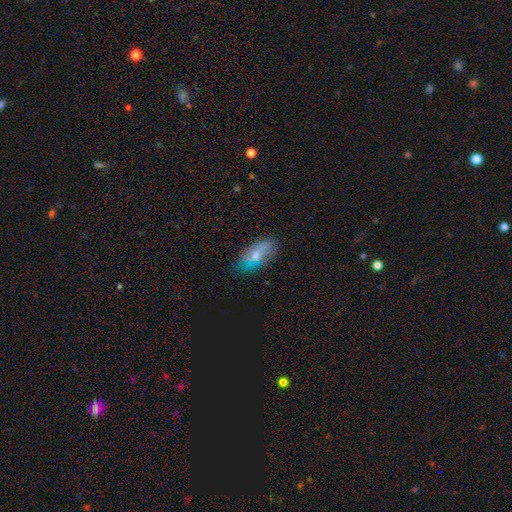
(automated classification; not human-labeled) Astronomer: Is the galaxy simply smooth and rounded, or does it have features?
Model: smooth — 59%.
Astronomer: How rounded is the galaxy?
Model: in between — 86%.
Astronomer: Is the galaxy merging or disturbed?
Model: none — 74%.